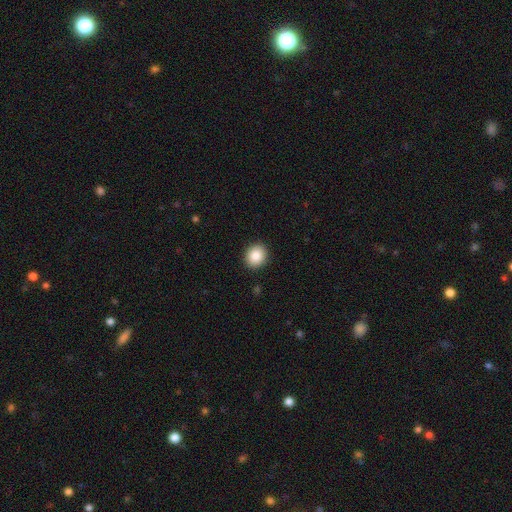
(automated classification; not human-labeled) smooth-or-featured: smooth: 87% | star or artifact: 8% | featured or disk: 5%
  how-rounded: round: 75% | in between: 24% | cigar-shaped: 1%
  merging: none: 91% | minor disturbance: 6% | major disturbance: 2% | merger: 1%